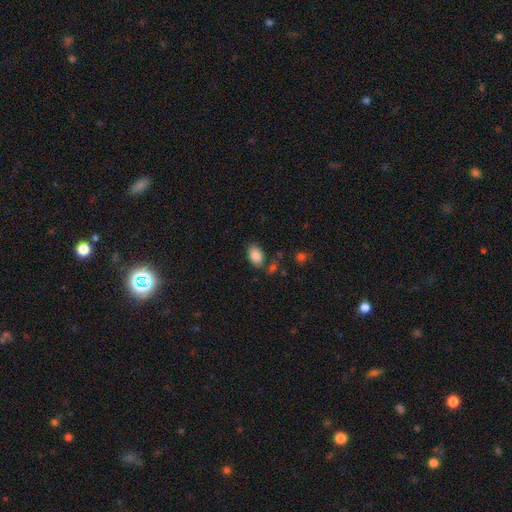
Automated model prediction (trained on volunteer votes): This appears to be a smooth galaxy with no disk features (87%) that is in between round and cigar-shaped (90%). Merging: none (74%).